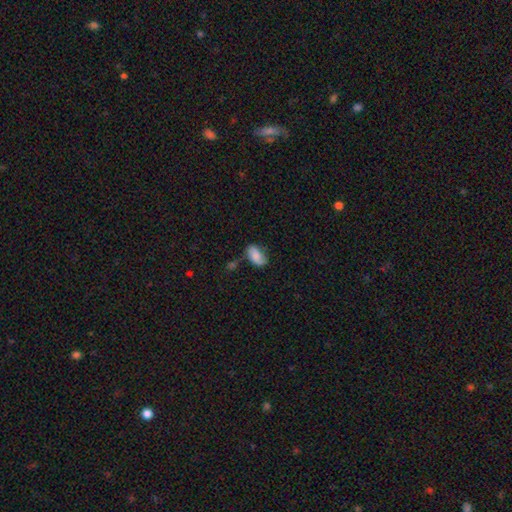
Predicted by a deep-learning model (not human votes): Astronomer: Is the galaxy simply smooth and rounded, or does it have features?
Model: smooth — 74%.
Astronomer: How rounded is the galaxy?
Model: in between — 92%.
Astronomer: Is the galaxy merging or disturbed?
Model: none — 57%.